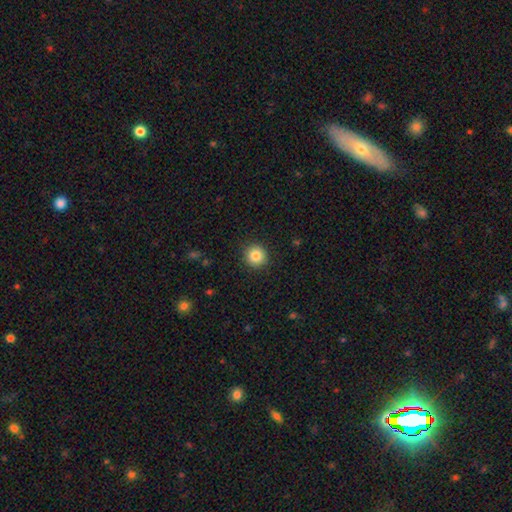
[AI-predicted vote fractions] smooth_or_featured: smooth (p=0.84) [alt: star or artifact p=0.10]
how_rounded: round (p=0.94) [alt: in between p=0.05]
merging: none (p=0.91) [alt: minor disturbance p=0.06]